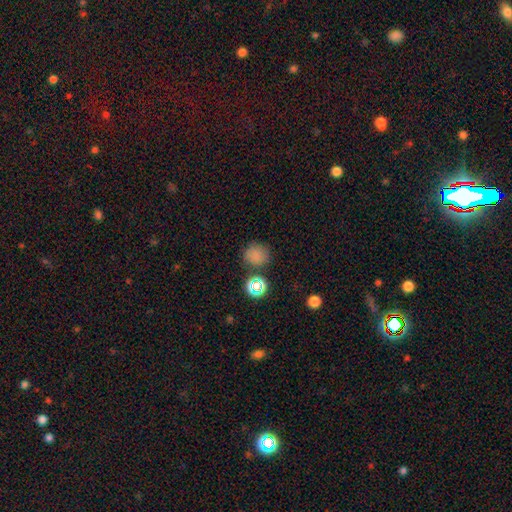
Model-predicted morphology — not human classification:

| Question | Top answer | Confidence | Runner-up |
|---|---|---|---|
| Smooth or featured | smooth | 75% | star or artifact (19%) |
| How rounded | round | 83% | in between (16%) |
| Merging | none | 75% | minor disturbance (13%) |